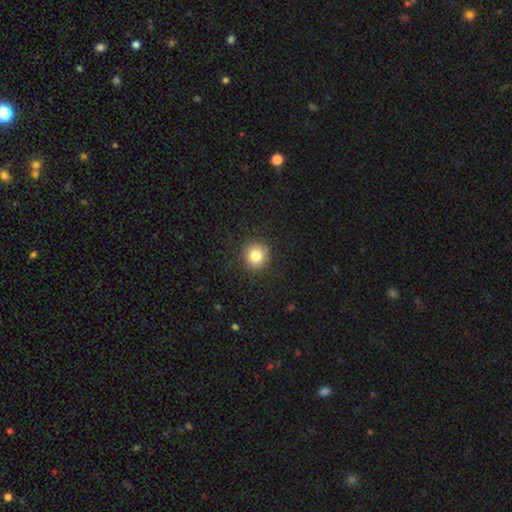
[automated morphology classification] The model was most divided on "smooth or featured": smooth: 82%, star or artifact: 11%, featured or disk: 8%. More confident: how rounded — round (92%); merging — none (90%).